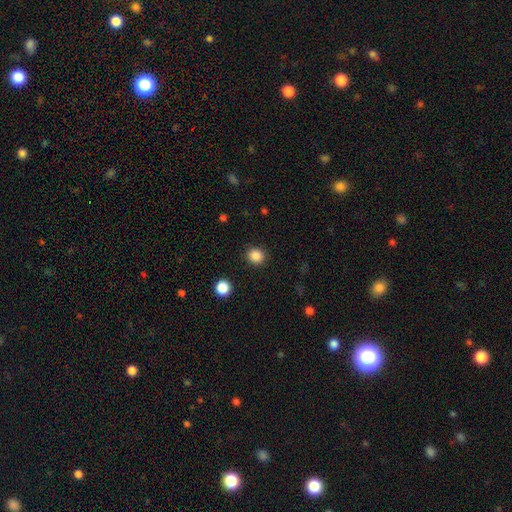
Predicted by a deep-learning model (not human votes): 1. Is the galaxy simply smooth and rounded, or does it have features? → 86% smooth, 11% star or artifact, 3% featured or disk.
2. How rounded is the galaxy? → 83% round, 16% in between, 1% cigar-shaped.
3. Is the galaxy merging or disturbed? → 91% none, 6% minor disturbance, 2% major disturbance, 1% merger.